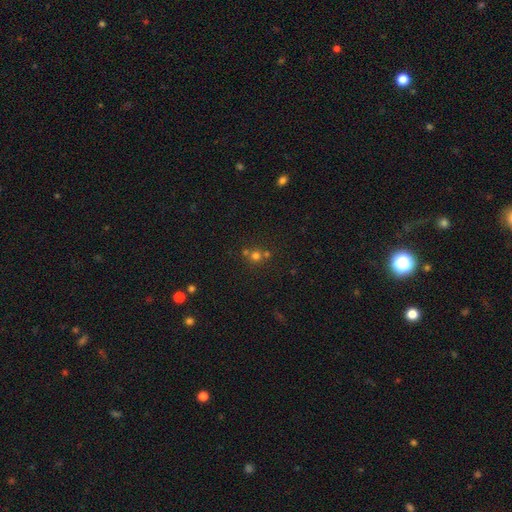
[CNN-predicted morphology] smooth 56%, star or artifact 31%, featured or disk 13%. Down the decision tree: how rounded — round (89%); merging — none (55%).